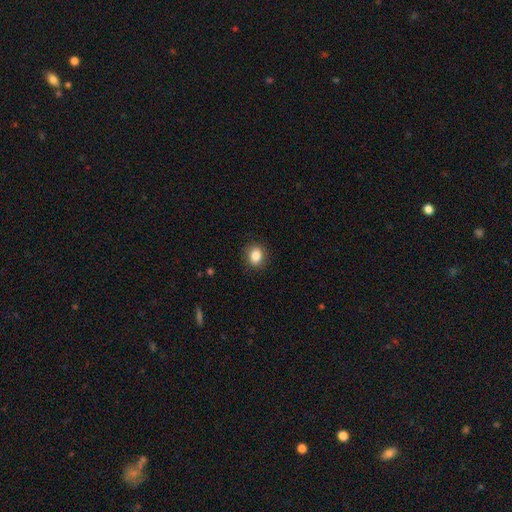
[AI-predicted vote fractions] Overall: smooth (85%). How rounded: round (60%; in between 39%). Merging: none (89%).